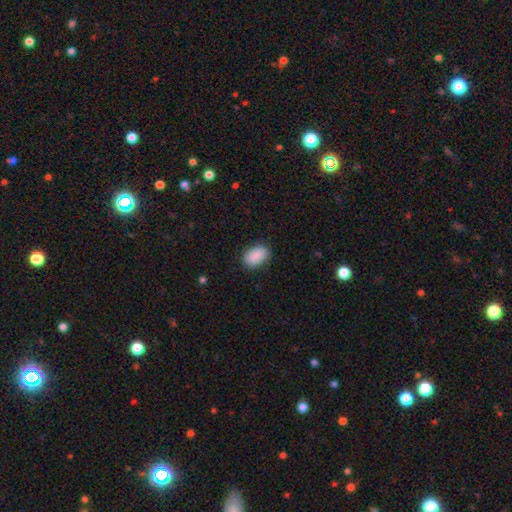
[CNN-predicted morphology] Smooth or featured? Predicted: smooth (p=0.89). How rounded? Predicted: in between (p=0.90). Merging? Predicted: none (p=0.83).